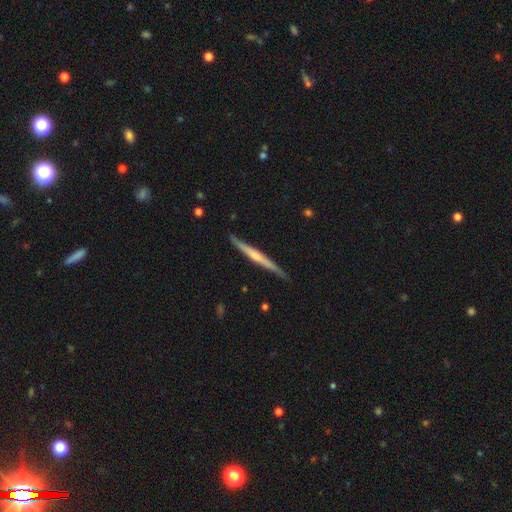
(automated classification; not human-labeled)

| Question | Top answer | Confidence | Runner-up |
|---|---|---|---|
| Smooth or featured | featured or disk | 61% | smooth (34%) |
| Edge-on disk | yes | 97% | no (3%) |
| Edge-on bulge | none | 47% | rounded (41%) |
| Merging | none | 85% | minor disturbance (12%) |